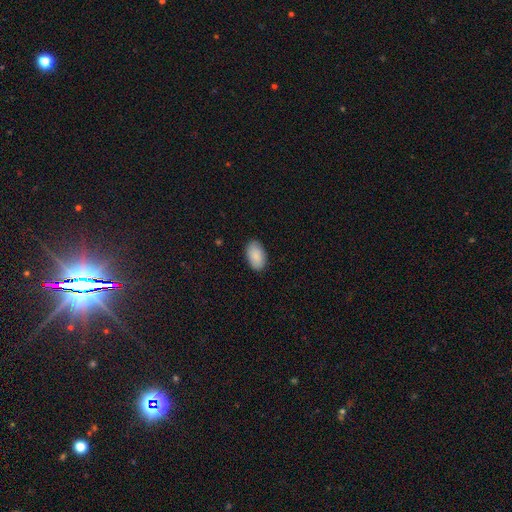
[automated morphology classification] A smooth galaxy with no disk features (90%) that is in between round and cigar-shaped (94%).

Vote fractions:
- Smooth or featured? smooth: 90% / star or artifact: 6% / featured or disk: 4%
- How rounded? in between: 94% / round: 4% / cigar-shaped: 1%
- Merging? none: 87% / minor disturbance: 10% / major disturbance: 2% / merger: 1%